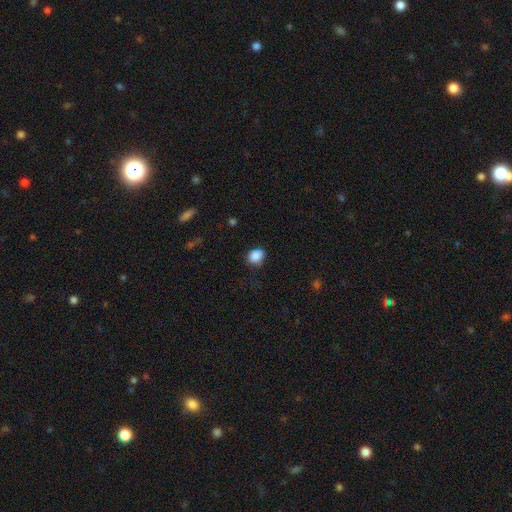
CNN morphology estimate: type=smooth (87%); roundness=round (59%); merging=none (74%).